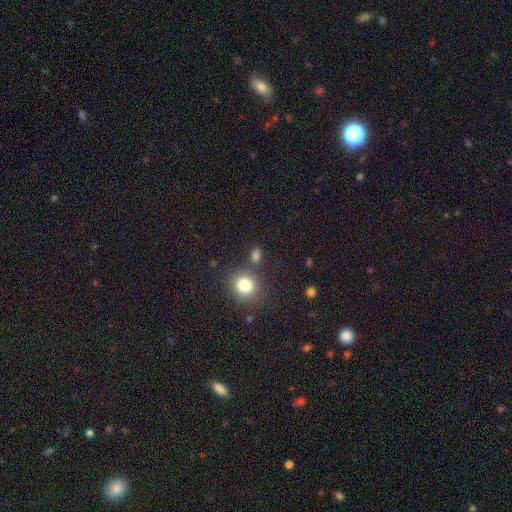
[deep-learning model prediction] Q: Smooth or featured?
A: smooth (80%); runner-up: star or artifact (15%)
Q: How rounded?
A: round (49%); tied with: in between (49%)
Q: Merging?
A: none (74%); runner-up: merger (12%)